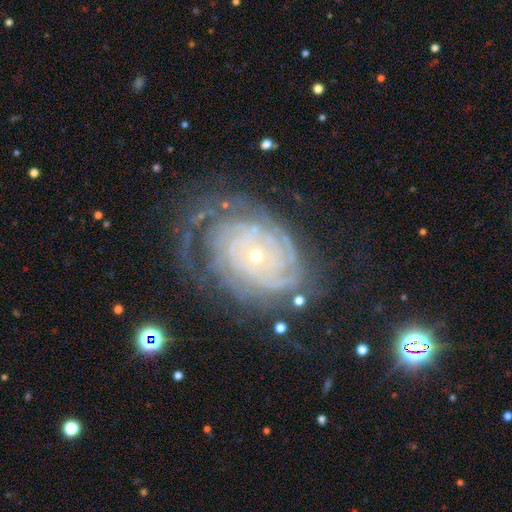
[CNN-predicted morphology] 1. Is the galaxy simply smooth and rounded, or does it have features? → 88% featured or disk, 7% star or artifact, 5% smooth.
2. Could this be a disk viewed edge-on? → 96% no, 4% yes.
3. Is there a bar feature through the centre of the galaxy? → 80% no, 14% weak, 6% strong.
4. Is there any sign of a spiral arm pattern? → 97% yes, 3% no.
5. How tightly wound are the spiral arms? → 83% tight, 14% medium, 3% loose.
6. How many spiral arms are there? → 29% can't tell, 20% 4, 16% 3, 15% more than 4, 14% 2, 7% 1.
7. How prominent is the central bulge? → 76% small, 20% moderate, 1% large, 1% none, 1% dominant.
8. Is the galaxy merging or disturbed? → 64% none, 21% minor disturbance, 13% major disturbance, 2% merger.